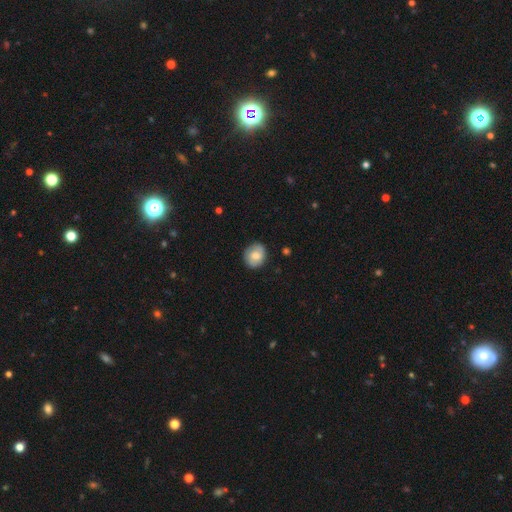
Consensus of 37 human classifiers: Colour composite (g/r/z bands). It shows a smooth galaxy with no disk features (78%) that is round (69%). Merging: none (92%).